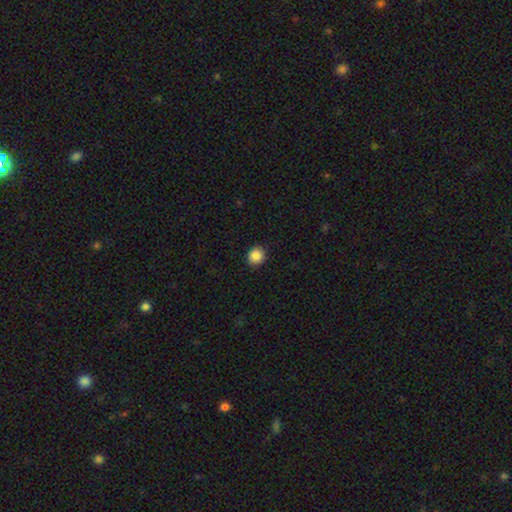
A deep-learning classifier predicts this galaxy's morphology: Smooth or featured? smooth (87%)
How rounded? round (86%)
Merging? none (90%)